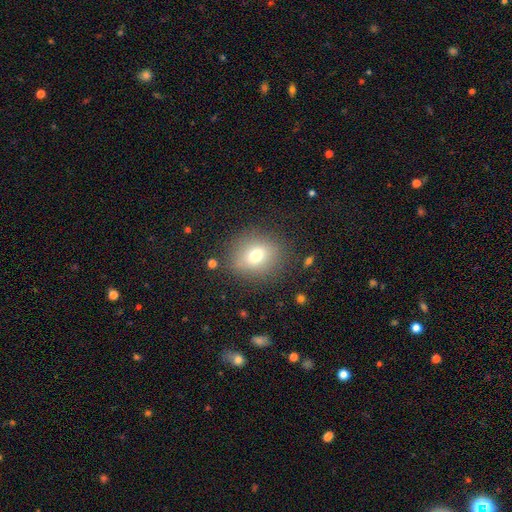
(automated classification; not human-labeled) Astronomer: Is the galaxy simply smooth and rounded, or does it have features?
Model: smooth — 72%.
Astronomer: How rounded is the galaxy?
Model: round — 67%.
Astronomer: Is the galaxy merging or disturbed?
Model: none — 82%.